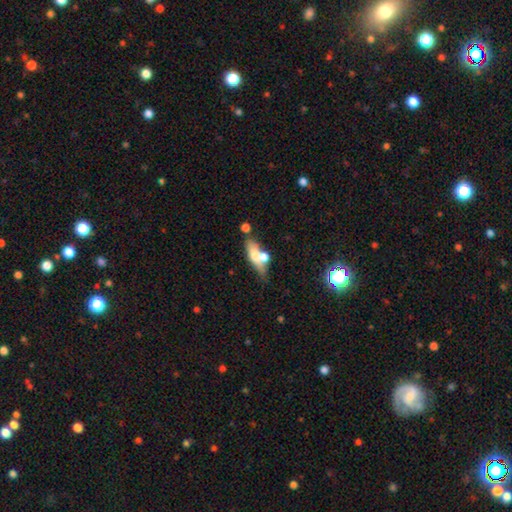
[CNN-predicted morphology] Overall: smooth (58%; featured or disk 34%). How rounded: in between (58%; cigar-shaped 36%). Merging: none (47%; merger 30%).